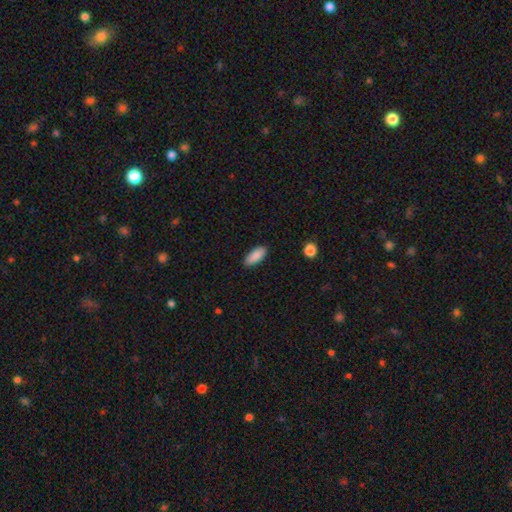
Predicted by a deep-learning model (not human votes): Smooth or featured: smooth — 90% (star or artifact — 6%)
How rounded: in between — 82% (cigar-shaped — 16%)
Merging: none — 88% (minor disturbance — 9%)